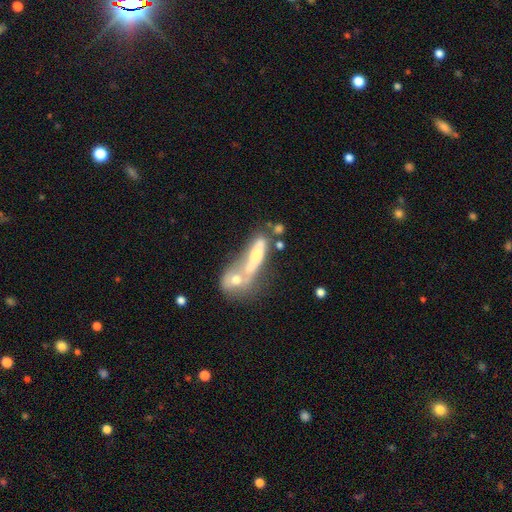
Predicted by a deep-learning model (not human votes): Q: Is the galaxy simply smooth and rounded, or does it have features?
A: smooth — 50%.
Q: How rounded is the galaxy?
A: cigar-shaped — 59%.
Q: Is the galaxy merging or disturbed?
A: merger — 60%.